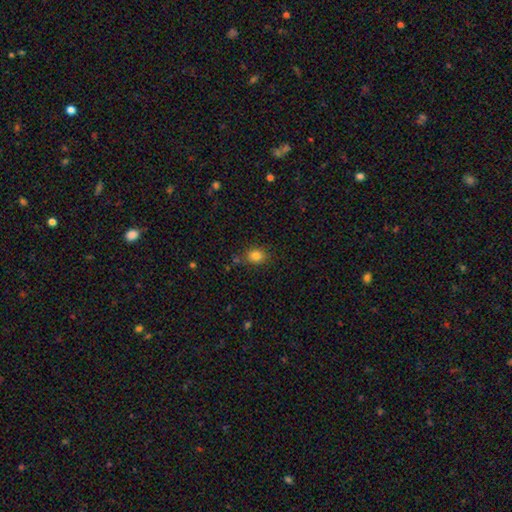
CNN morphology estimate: type=smooth (81%); roundness=round (52%); merging=none (77%).